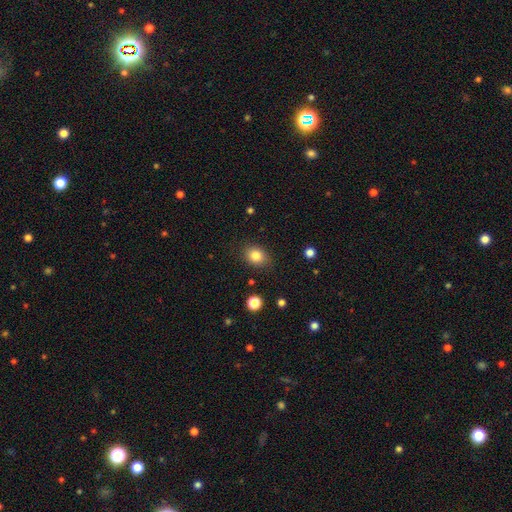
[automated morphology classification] Smooth or featured: smooth — 83% (star or artifact — 10%)
How rounded: in between — 58% (round — 41%)
Merging: none — 84% (minor disturbance — 11%)